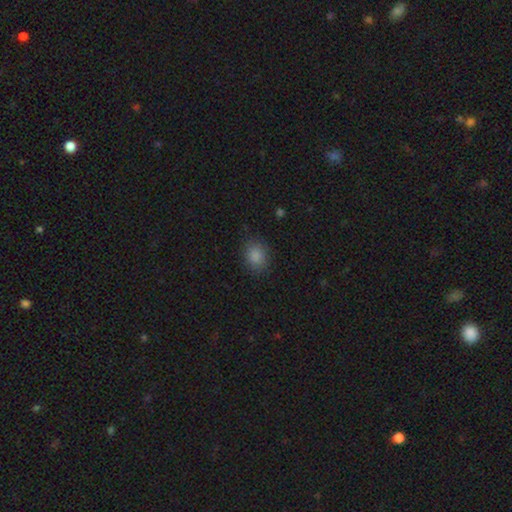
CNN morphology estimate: Smooth or featured?
  - smooth: 86% *
  - star or artifact: 10%
  - featured or disk: 4%
How rounded?
  - round: 54% *
  - in between: 45%
  - cigar-shaped: 1%
Merging?
  - none: 85% *
  - minor disturbance: 11%
  - major disturbance: 3%
  - merger: 1%